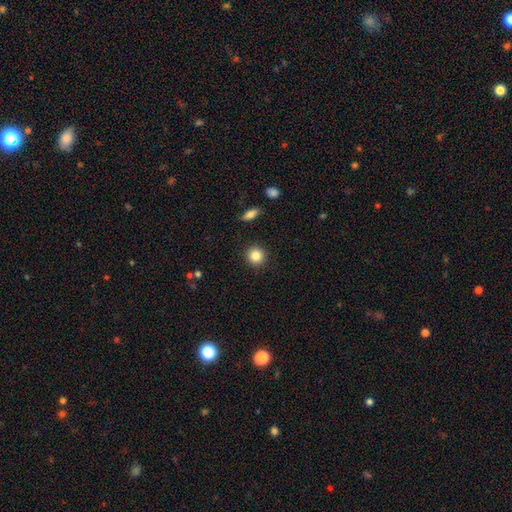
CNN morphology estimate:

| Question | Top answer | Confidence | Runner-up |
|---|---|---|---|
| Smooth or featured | smooth | 85% | star or artifact (10%) |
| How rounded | round | 93% | in between (6%) |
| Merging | none | 91% | minor disturbance (5%) |